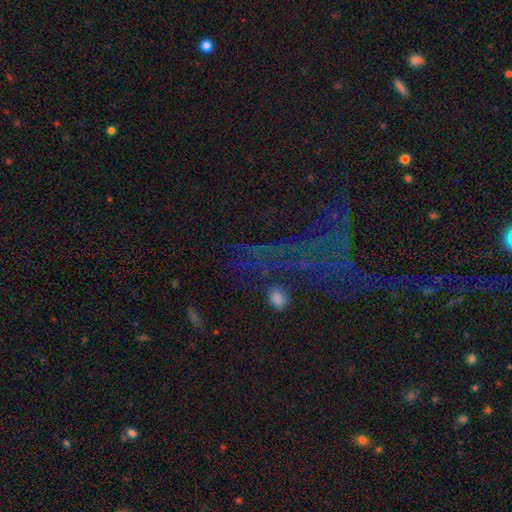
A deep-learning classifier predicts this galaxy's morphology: This appears to be a star or artifact, not a galaxy (68%).